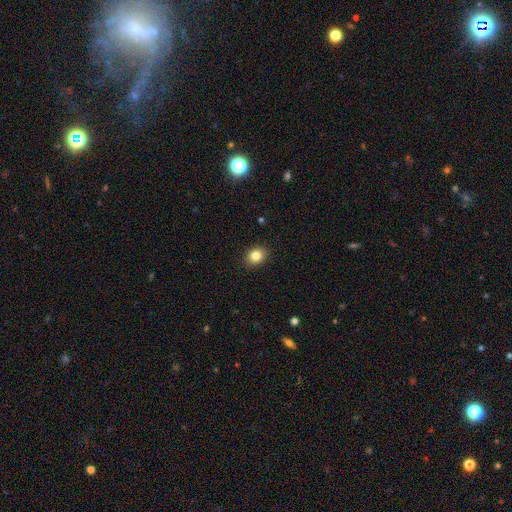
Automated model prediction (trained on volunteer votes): smooth_or_featured: smooth (p=0.83) [alt: star or artifact p=0.10]
how_rounded: round (p=0.52) [alt: in between p=0.47]
merging: none (p=0.89) [alt: minor disturbance p=0.08]